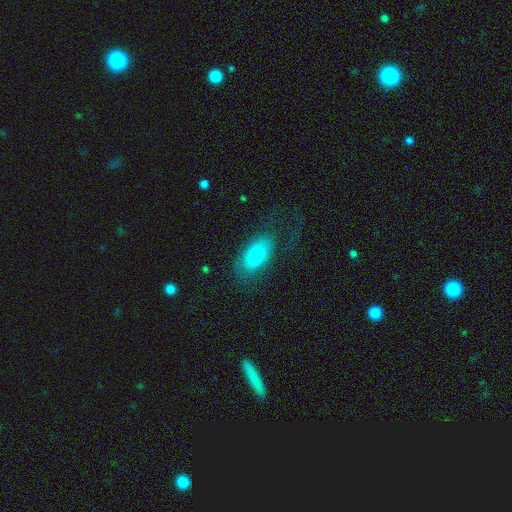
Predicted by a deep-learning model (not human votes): A smooth galaxy with no disk features (67%) that is in between round and cigar-shaped (92%).

Vote fractions:
- Smooth or featured? smooth: 67% / featured or disk: 25% / star or artifact: 8%
- How rounded? in between: 92% / round: 4% / cigar-shaped: 4%
- Merging? none: 50% / major disturbance: 27% / minor disturbance: 21% / merger: 2%